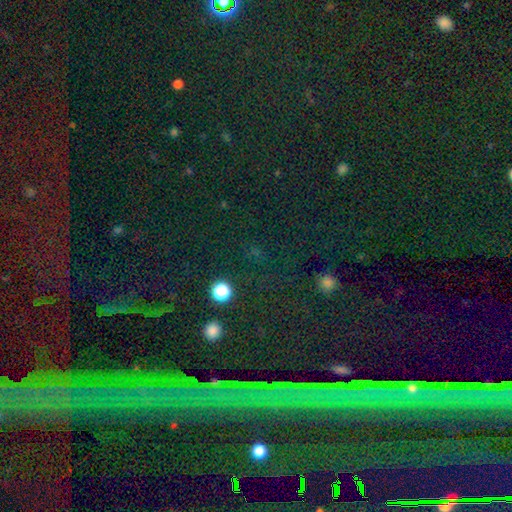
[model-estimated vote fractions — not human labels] smooth-or-featured: star or artifact: 77% | smooth: 14% | featured or disk: 9%